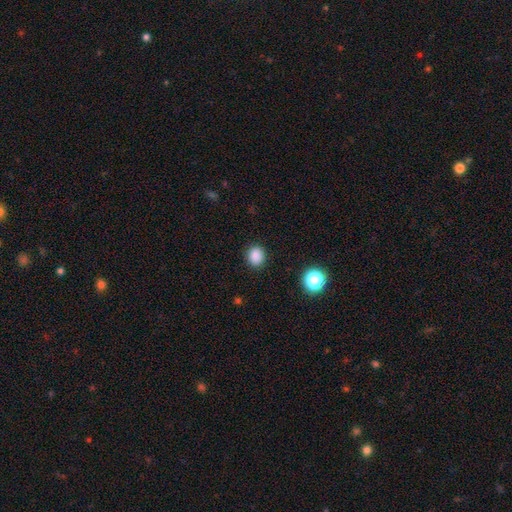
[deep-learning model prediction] A smooth galaxy with no disk features (86%) that is round (73%). Merging: none (89%).